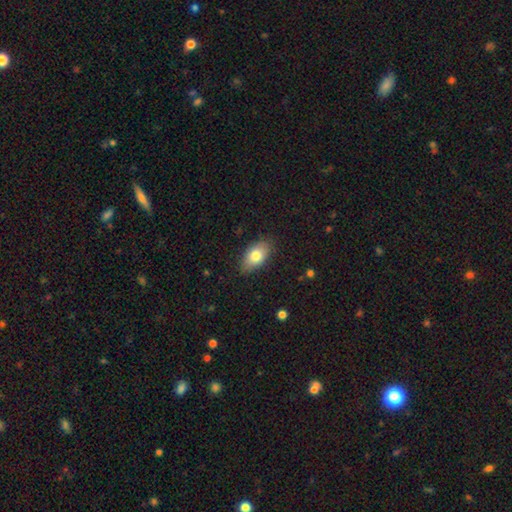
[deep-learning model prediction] smooth-or-featured: smooth: 79% | featured or disk: 14% | star or artifact: 7%
  how-rounded: in between: 91% | round: 6% | cigar-shaped: 3%
  merging: none: 84% | minor disturbance: 12% | major disturbance: 3% | merger: 1%